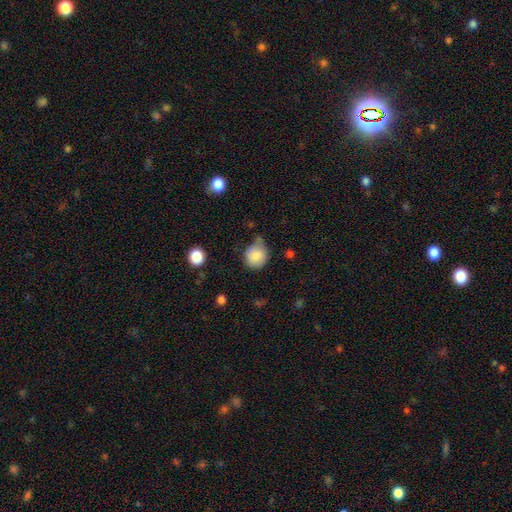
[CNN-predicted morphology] The model was most divided on "merging": none: 56%, minor disturbance: 31%, major disturbance: 8%, merger: 6%. More confident: smooth or featured — smooth (83%); how rounded — round (81%).